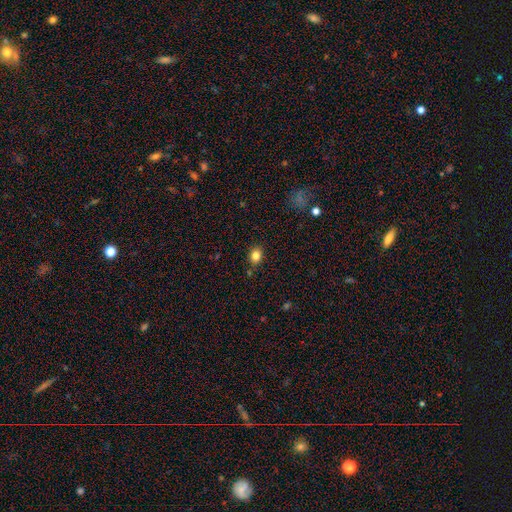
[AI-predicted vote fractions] A smooth galaxy with no disk features (82%) that is round (50%). Merging: none (85%).